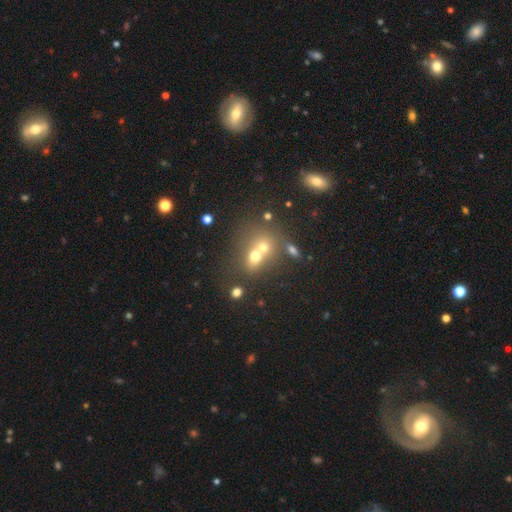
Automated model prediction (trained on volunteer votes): Morphology: type=smooth (61%); roundness=round (57%); merging=merger (60%).